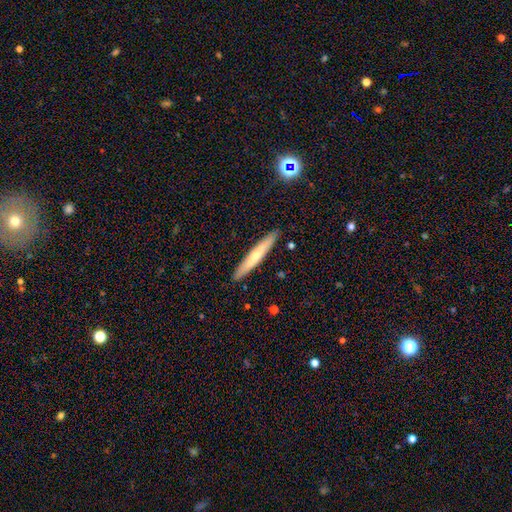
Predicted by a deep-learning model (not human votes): A smooth galaxy with no disk features (53%) that is cigar-shaped (94%).

Vote fractions:
- Smooth or featured? smooth: 53% / featured or disk: 42% / star or artifact: 5%
- How rounded? cigar-shaped: 94% / in between: 4% / round: 1%
- Merging? none: 91% / minor disturbance: 7% / major disturbance: 1% / merger: 1%